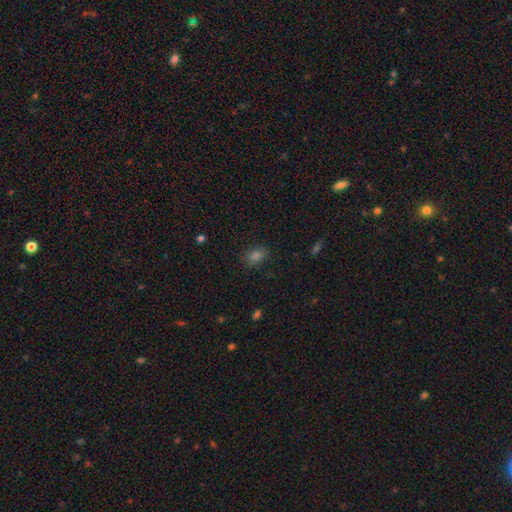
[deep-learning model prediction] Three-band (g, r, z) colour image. It shows a smooth galaxy with no disk features (74%) that is in between round and cigar-shaped (71%). Merging: none (84%).